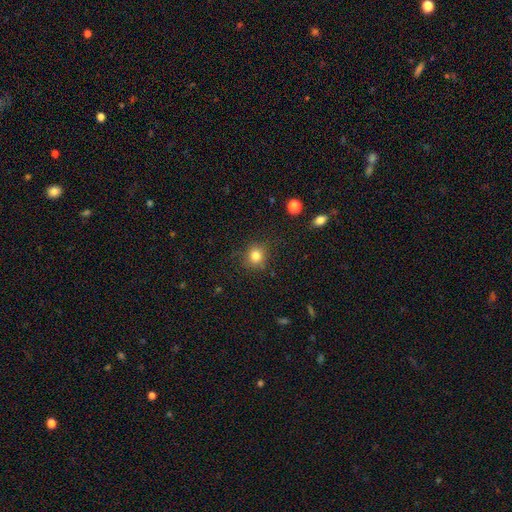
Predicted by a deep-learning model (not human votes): Q: Smooth or featured?
A: smooth (82%); runner-up: star or artifact (12%)
Q: How rounded?
A: round (85%); runner-up: in between (14%)
Q: Merging?
A: none (83%); runner-up: minor disturbance (12%)